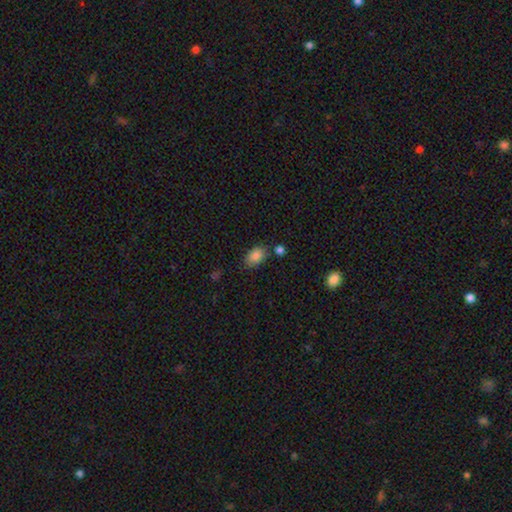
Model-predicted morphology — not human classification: This appears to be a smooth galaxy with no disk features (86%) that is in between round and cigar-shaped (87%). Merging: none (72%).